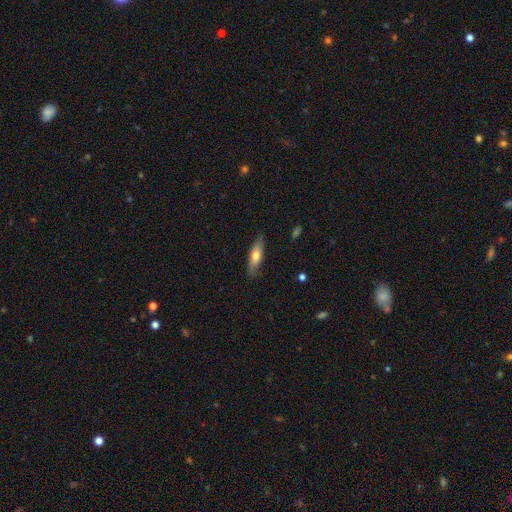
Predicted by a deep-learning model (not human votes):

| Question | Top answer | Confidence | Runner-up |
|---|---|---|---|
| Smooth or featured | smooth | 62% | featured or disk (32%) |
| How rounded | cigar-shaped | 54% | in between (43%) |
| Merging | none | 82% | minor disturbance (14%) |